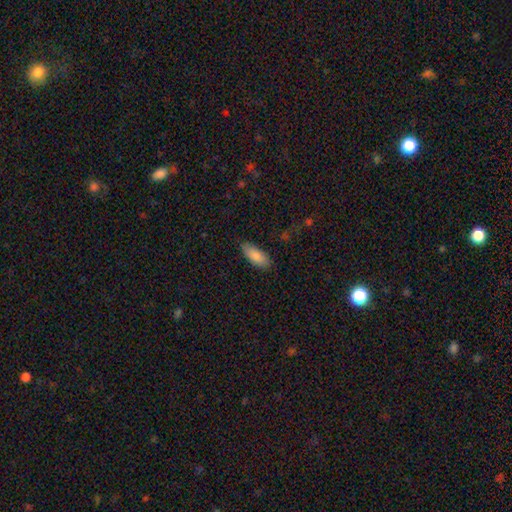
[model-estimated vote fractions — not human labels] This appears to be a smooth galaxy with no disk features (84%) that is in between round and cigar-shaped (82%). Merging: none (82%).